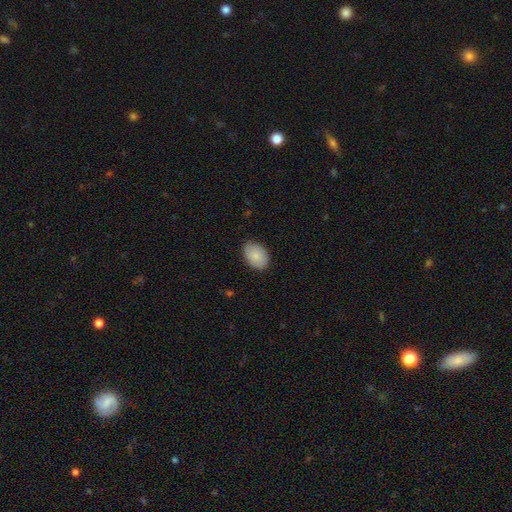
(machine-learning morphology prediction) This is clearly a smooth galaxy (84%). How rounded: likely in between (80%). Merging: likely none (80%).